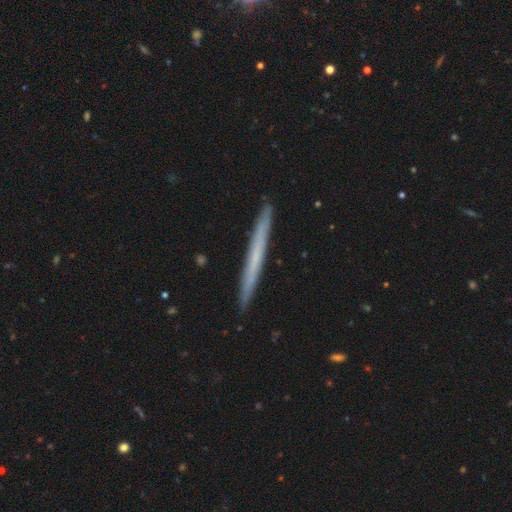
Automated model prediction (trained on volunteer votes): smooth-or-featured: featured or disk: 47% (tied) | smooth: 47% (tied) | star or artifact: 6%
  merging: none: 92% | minor disturbance: 6% | major disturbance: 1% | merger: 1%